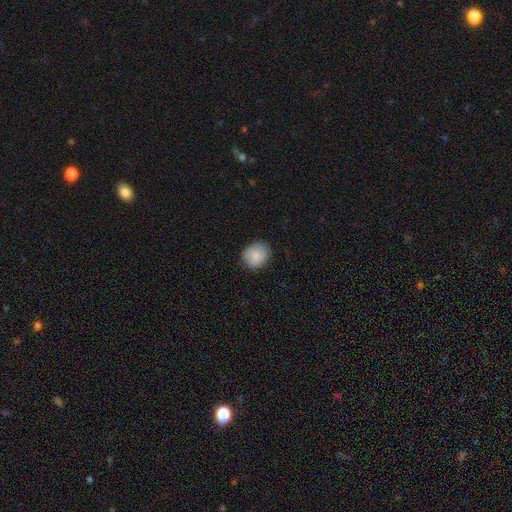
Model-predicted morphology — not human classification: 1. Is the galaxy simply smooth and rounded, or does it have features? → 85% smooth, 8% featured or disk, 7% star or artifact.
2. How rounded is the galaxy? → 71% round, 29% in between, 1% cigar-shaped.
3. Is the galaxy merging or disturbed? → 83% none, 14% minor disturbance, 3% major disturbance, 1% merger.